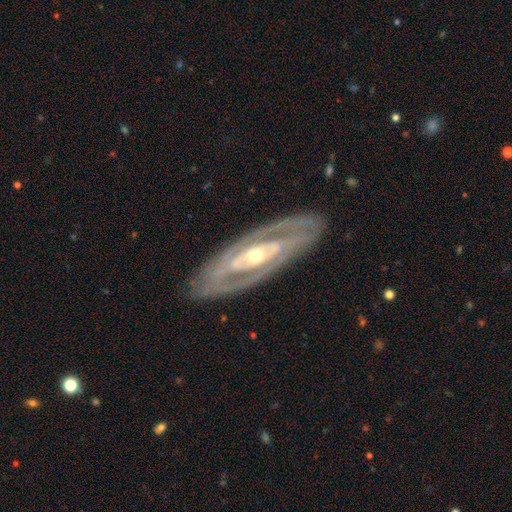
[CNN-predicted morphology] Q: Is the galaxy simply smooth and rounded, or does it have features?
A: featured or disk — 86%.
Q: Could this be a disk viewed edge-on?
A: no — 86%.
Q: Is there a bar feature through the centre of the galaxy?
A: no — 56%.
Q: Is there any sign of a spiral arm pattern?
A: yes — 70%.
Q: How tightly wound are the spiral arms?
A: tight — 60%.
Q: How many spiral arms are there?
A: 2 — 70%.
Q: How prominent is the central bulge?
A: moderate — 63%.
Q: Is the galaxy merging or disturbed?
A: none — 84%.